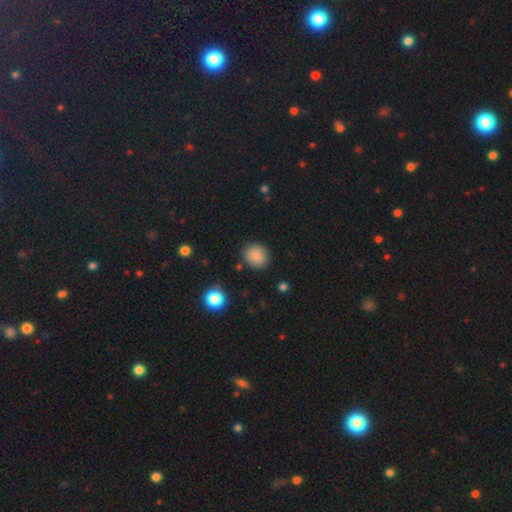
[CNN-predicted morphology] Smooth or featured? Predicted: smooth (p=0.84). How rounded? Predicted: round (p=0.79). Merging? Predicted: none (p=0.85).